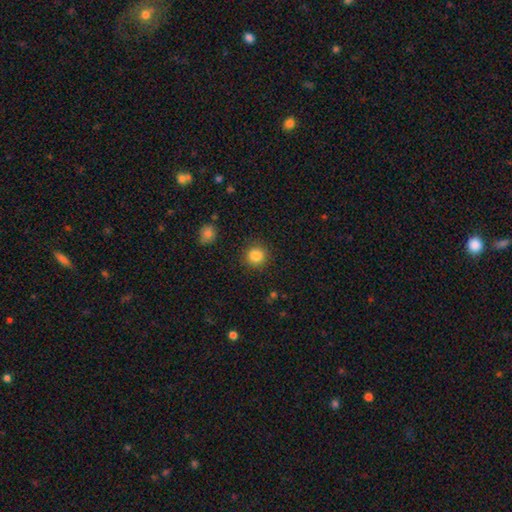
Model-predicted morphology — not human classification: Q: Smooth or featured?
A: smooth (85%); runner-up: star or artifact (11%)
Q: How rounded?
A: round (91%); runner-up: in between (8%)
Q: Merging?
A: none (88%); runner-up: minor disturbance (7%)